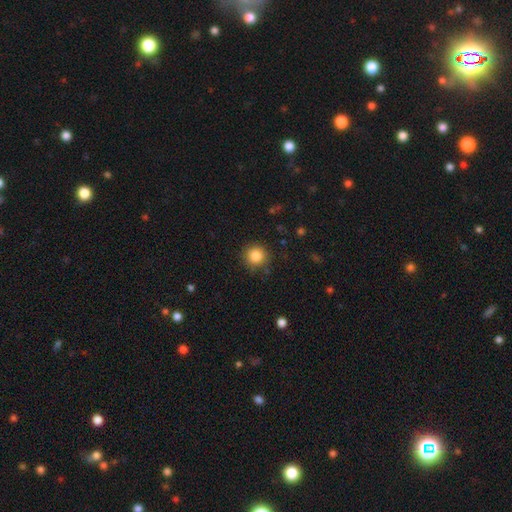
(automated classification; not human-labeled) Q: Smooth or featured?
A: smooth (85%); runner-up: star or artifact (10%)
Q: How rounded?
A: round (94%); runner-up: in between (5%)
Q: Merging?
A: none (87%); runner-up: minor disturbance (9%)